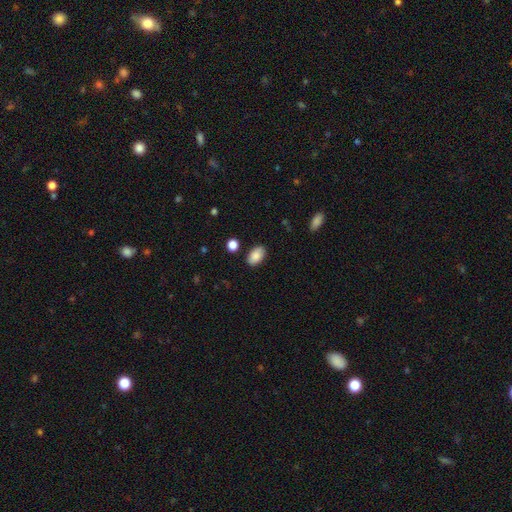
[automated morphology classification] A smooth galaxy with no disk features (88%) that is in between round and cigar-shaped (93%). Merging: none (86%).